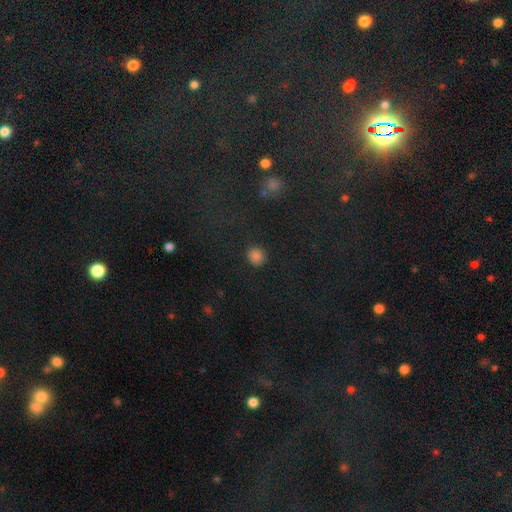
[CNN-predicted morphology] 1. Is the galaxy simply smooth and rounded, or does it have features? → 81% smooth, 15% star or artifact, 4% featured or disk.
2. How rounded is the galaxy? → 85% round, 14% in between, 1% cigar-shaped.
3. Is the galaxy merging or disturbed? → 89% none, 7% minor disturbance, 2% major disturbance, 1% merger.